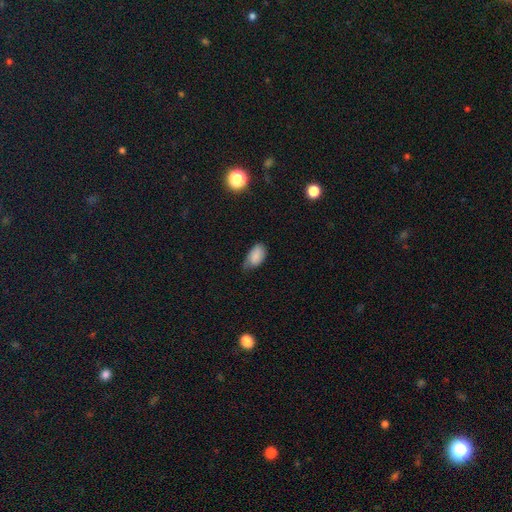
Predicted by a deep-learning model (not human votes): Morphology: type=smooth (83%); roundness=in between (93%); merging=minor disturbance (44%).